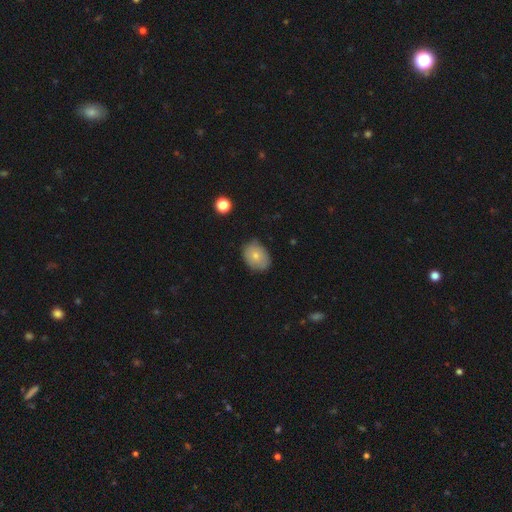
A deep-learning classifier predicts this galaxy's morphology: smooth 74%, featured or disk 18%, star or artifact 8%. Down the decision tree: how rounded — in between (63%); merging — none (73%).